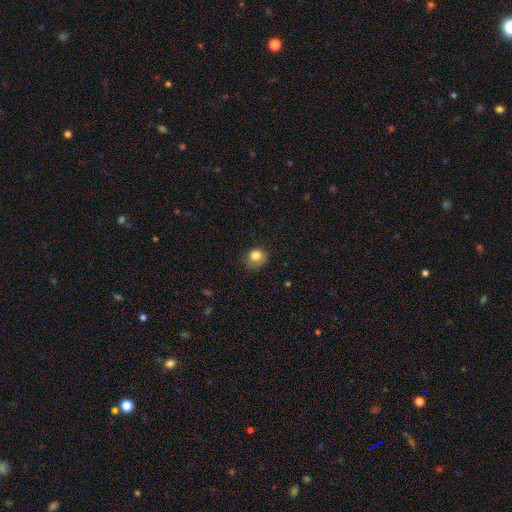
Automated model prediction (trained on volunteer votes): The model was most divided on "merging": none: 60%, minor disturbance: 30%, major disturbance: 9%, merger: 2%. More confident: smooth or featured — smooth (82%); how rounded — round (75%).